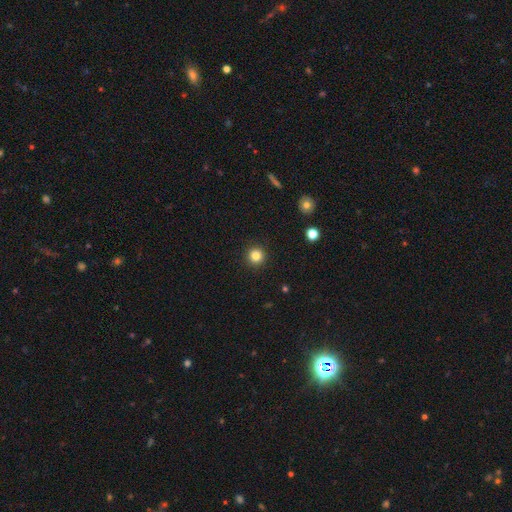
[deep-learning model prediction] Smooth or featured: smooth — 84% (star or artifact — 12%)
How rounded: round — 96% (in between — 3%)
Merging: none — 93% (minor disturbance — 4%)